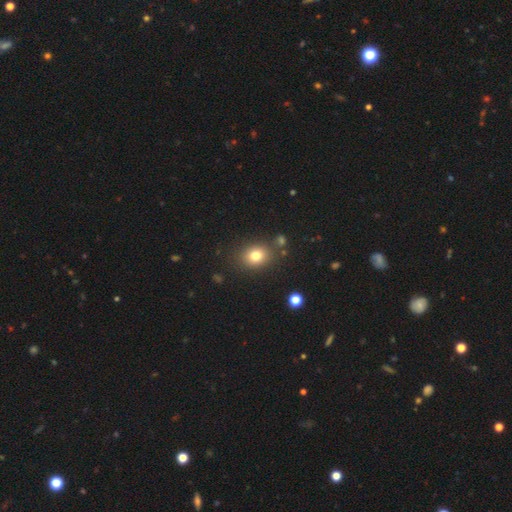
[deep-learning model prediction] This appears to be a smooth galaxy with no disk features (78%) that is round (60%). Merging: none (82%).